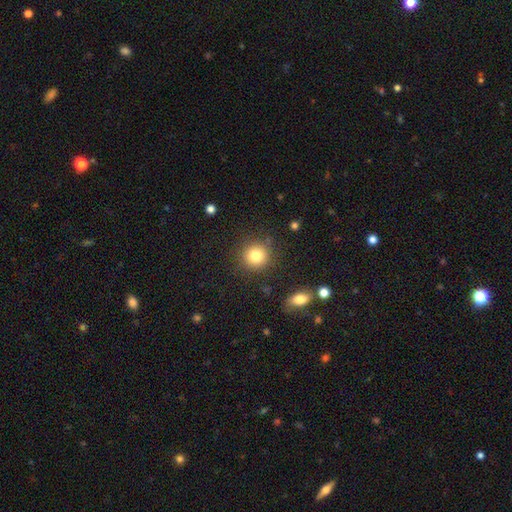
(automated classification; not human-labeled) Morphology: type=smooth (81%); roundness=round (91%); merging=none (86%).